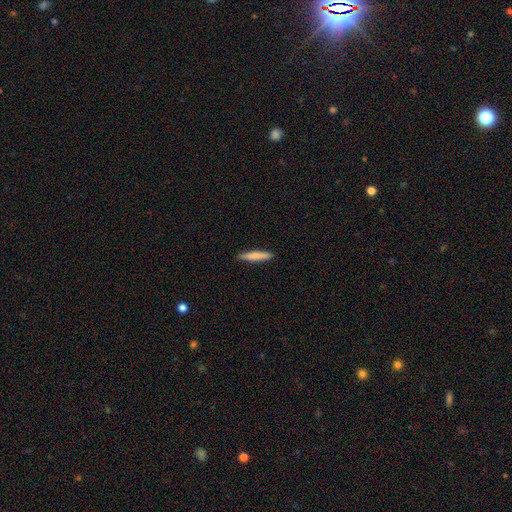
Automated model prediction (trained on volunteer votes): Smooth or featured: smooth — 79% (featured or disk — 15%)
How rounded: cigar-shaped — 92% (in between — 7%)
Merging: none — 89% (minor disturbance — 8%)